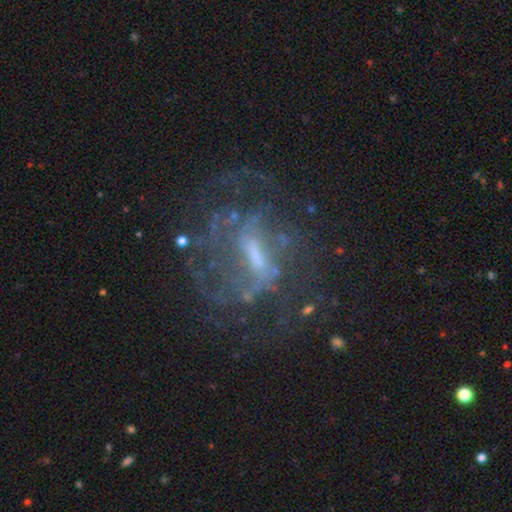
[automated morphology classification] smooth_or_featured: featured or disk (p=0.81) [alt: star or artifact p=0.11]
disk_edge_on: no (p=0.96) [alt: yes p=0.04]
bar: weak (p=0.44) [alt: strong p=0.38]
has_spiral_arms: yes (p=0.82) [alt: no p=0.18]
spiral_winding: medium (p=0.42) [alt: loose p=0.31]
spiral_arm_count: can't tell (p=0.40) [alt: 2 p=0.25]
bulge_size: moderate (p=0.37) [alt: small p=0.36]
merging: none (p=0.54) [alt: major disturbance p=0.26]